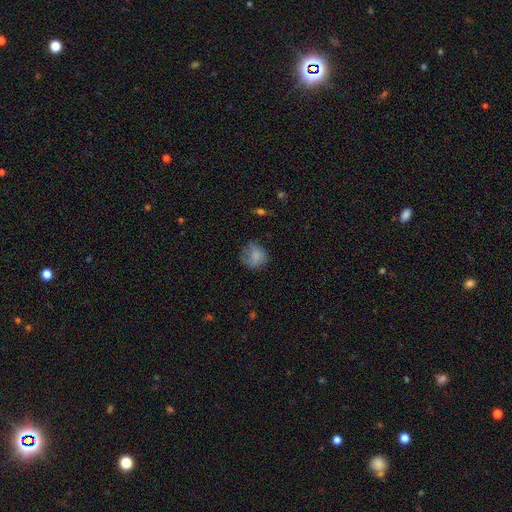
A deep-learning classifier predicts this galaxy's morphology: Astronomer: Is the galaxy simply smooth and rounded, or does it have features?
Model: smooth — 81%.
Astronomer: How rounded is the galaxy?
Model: round — 80%.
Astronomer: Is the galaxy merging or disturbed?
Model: none — 67%.